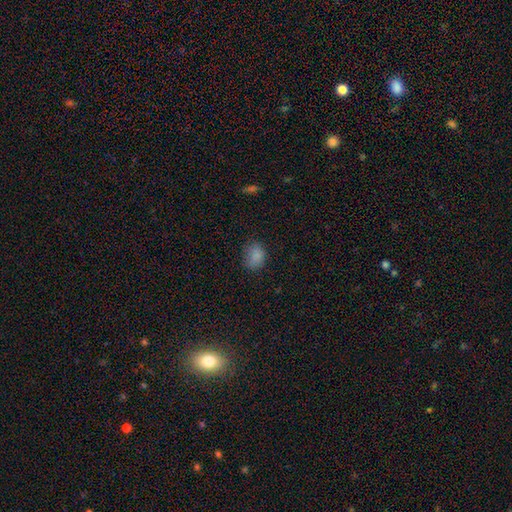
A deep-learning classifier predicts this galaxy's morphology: Smooth or featured? smooth (82%)
How rounded? in between (58%)
Merging? none (72%)